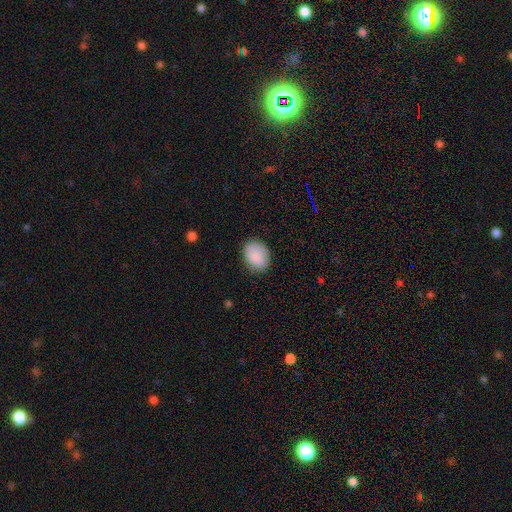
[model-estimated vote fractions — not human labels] Overall: smooth (88%). How rounded: in between (63%; round 36%). Merging: none (81%).